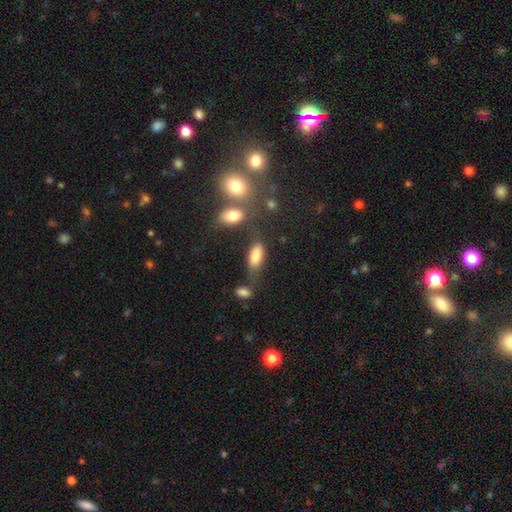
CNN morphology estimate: Smooth or featured: smooth — 82% (featured or disk — 10%)
How rounded: in between — 86% (cigar-shaped — 10%)
Merging: none — 49% (minor disturbance — 24%)